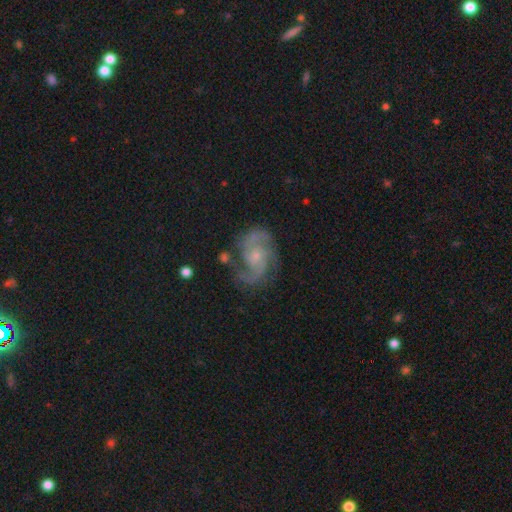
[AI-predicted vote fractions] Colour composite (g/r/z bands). It shows a featured or disk galaxy (88%) with no bar (64%), 2 (64%) medium (56%) spiral arms (98%) and a small central bulge (66%). Merging: none (69%).